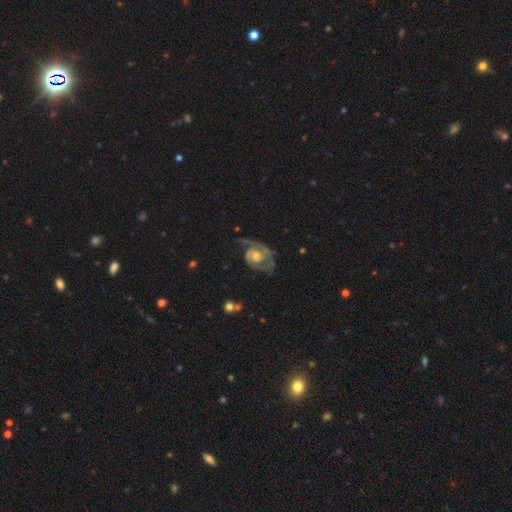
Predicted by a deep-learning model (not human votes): This appears to be a featured or disk galaxy (85%) with no bar (67%), 2 (70%) medium (43%) spiral arms (93%) and a moderate central bulge (62%). Merging: none (54%).